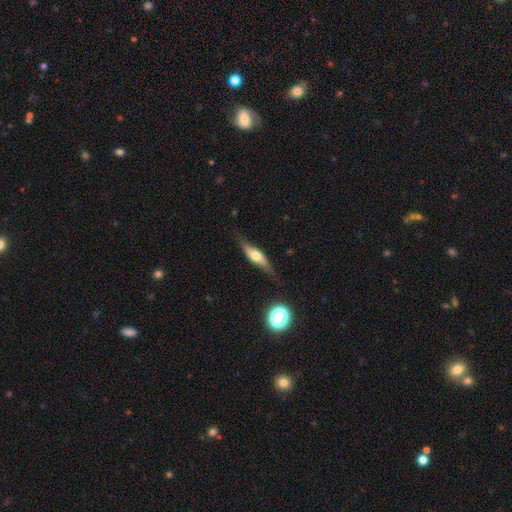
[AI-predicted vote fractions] The model was most divided on "smooth or featured": featured or disk: 55%, smooth: 38%, star or artifact: 7%. More confident: edge-on disk — yes (83%); merging — none (76%).